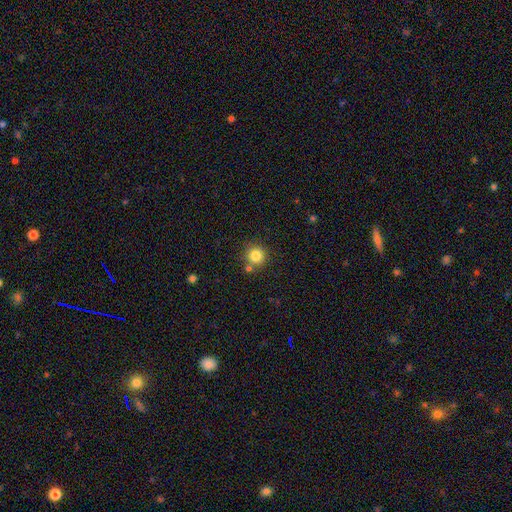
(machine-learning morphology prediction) smooth_or_featured: smooth (p=0.83) [alt: star or artifact p=0.11]
how_rounded: round (p=0.94) [alt: in between p=0.05]
merging: none (p=0.77) [alt: merger p=0.12]